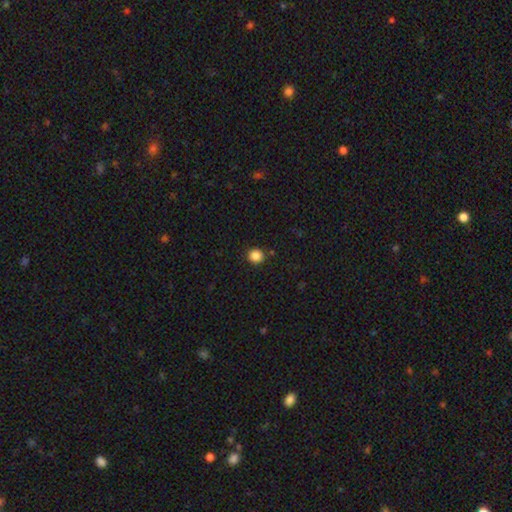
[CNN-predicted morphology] smooth-or-featured: smooth: 86% | star or artifact: 11% | featured or disk: 3%
  how-rounded: round: 89% | in between: 10% | cigar-shaped: 1%
  merging: none: 90% | minor disturbance: 6% | merger: 2% | major disturbance: 2%